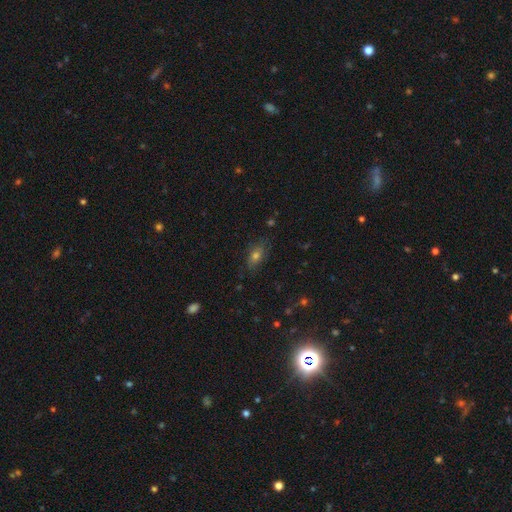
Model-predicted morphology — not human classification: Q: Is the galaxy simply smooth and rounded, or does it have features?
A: smooth — 53%.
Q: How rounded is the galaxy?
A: in between — 77%.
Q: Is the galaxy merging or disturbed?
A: none — 76%.